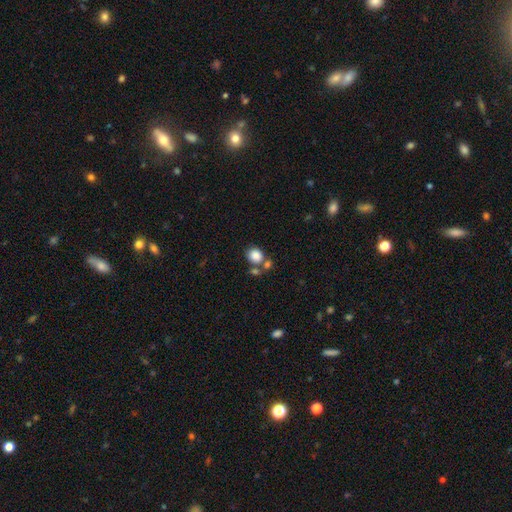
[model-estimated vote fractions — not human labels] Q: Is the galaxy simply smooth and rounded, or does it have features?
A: smooth — 84%.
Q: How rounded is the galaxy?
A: round — 62%.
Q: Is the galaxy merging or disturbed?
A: none — 57%.